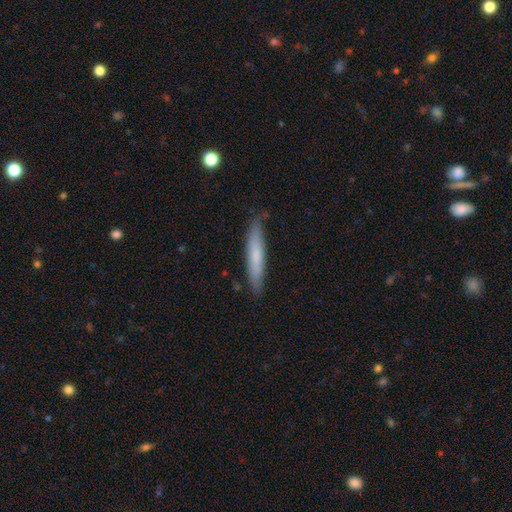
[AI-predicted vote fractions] Smooth or featured: smooth — 66% (featured or disk — 28%)
How rounded: cigar-shaped — 91% (in between — 8%)
Merging: none — 79% (minor disturbance — 17%)